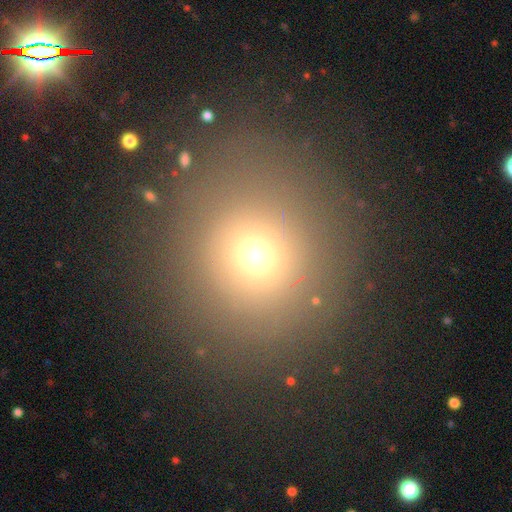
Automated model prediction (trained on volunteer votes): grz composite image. It shows a smooth galaxy with no disk features (66%) that is round (91%). Merging: none (83%).